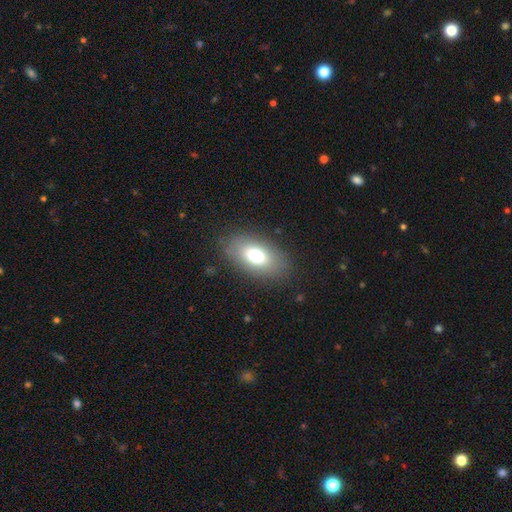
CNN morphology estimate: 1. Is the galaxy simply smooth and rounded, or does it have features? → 76% smooth, 15% featured or disk, 9% star or artifact.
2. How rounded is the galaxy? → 92% in between, 5% round, 3% cigar-shaped.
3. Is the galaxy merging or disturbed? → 83% none, 11% minor disturbance, 4% major disturbance, 1% merger.